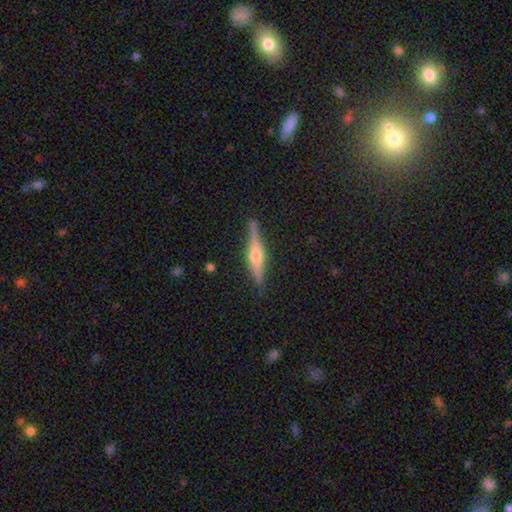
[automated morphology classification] A featured or disk galaxy (74%) viewed edge-on (97%) with a rounded central bulge (89%). Merging: none (88%).